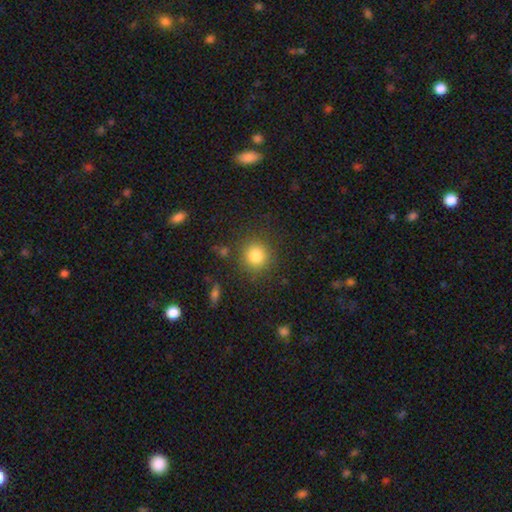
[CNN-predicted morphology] smooth-or-featured: smooth: 82% | star or artifact: 12% | featured or disk: 6%
  how-rounded: round: 91% | in between: 8% | cigar-shaped: 1%
  merging: none: 86% | minor disturbance: 8% | major disturbance: 3% | merger: 3%